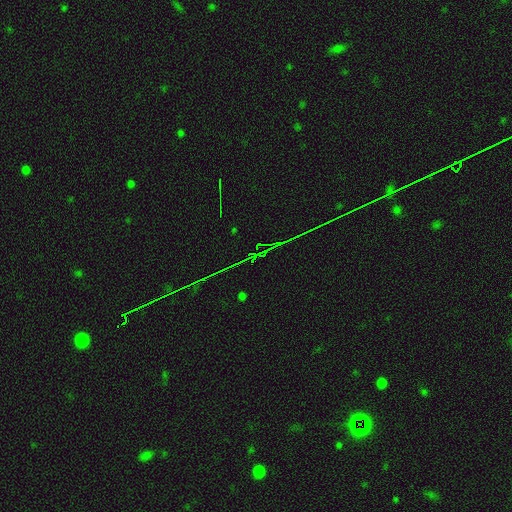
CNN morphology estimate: A star or artifact, not a galaxy (80%).